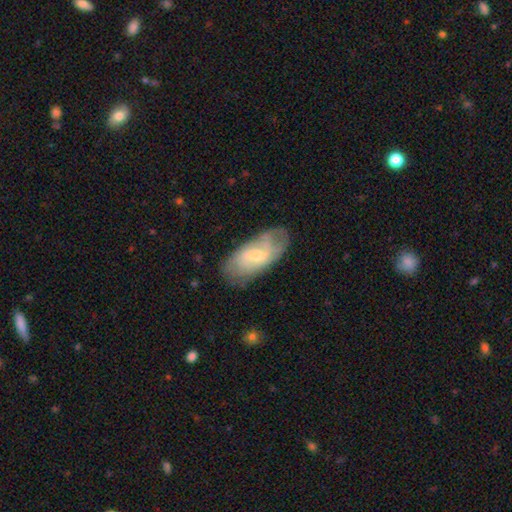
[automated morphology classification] Smooth or featured: featured or disk — 55% (smooth — 39%)
Edge-on disk: no — 91% (yes — 9%)
Bar: weak — 54% (no — 30%)
Spiral arms: yes — 72% (no — 28%)
Bulge size: small — 55% (moderate — 37%)
Merging: none — 68% (minor disturbance — 22%)